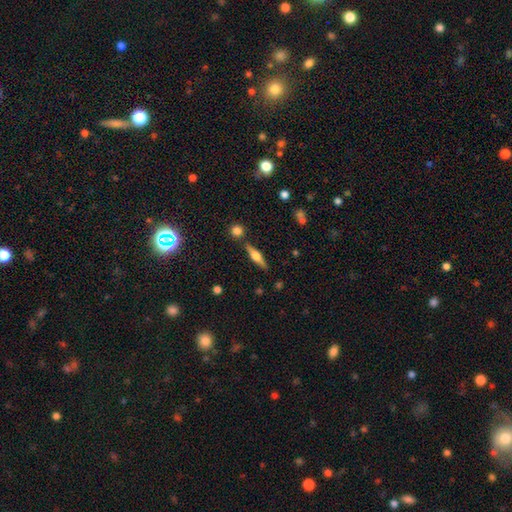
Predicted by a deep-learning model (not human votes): Smooth or featured: featured or disk — 60% (smooth — 32%)
Edge-on disk: yes — 96% (no — 4%)
Edge-on bulge: rounded — 88% (boxy — 9%)
Merging: none — 81% (minor disturbance — 9%)